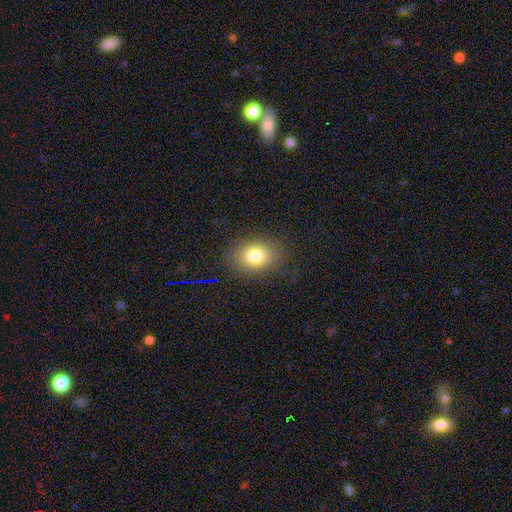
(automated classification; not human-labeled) Smooth or featured?
  - smooth: 78% *
  - star or artifact: 12%
  - featured or disk: 10%
How rounded?
  - in between: 64% *
  - round: 35%
  - cigar-shaped: 1%
Merging?
  - none: 82% *
  - minor disturbance: 12%
  - major disturbance: 5%
  - merger: 1%